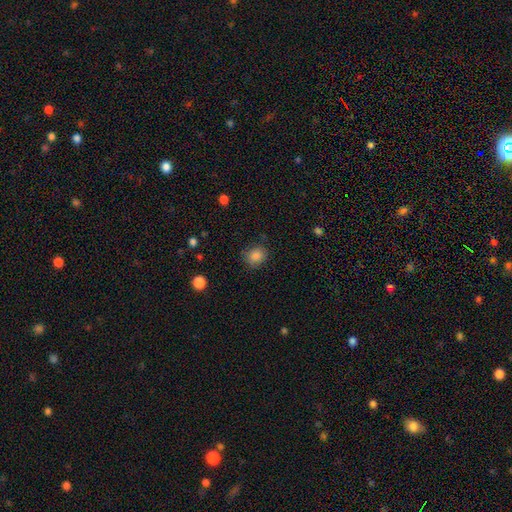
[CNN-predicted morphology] Smooth or featured?
  - smooth: 85% *
  - star or artifact: 10%
  - featured or disk: 5%
How rounded?
  - round: 72% *
  - in between: 27%
  - cigar-shaped: 1%
Merging?
  - none: 78% *
  - minor disturbance: 16%
  - major disturbance: 4%
  - merger: 1%